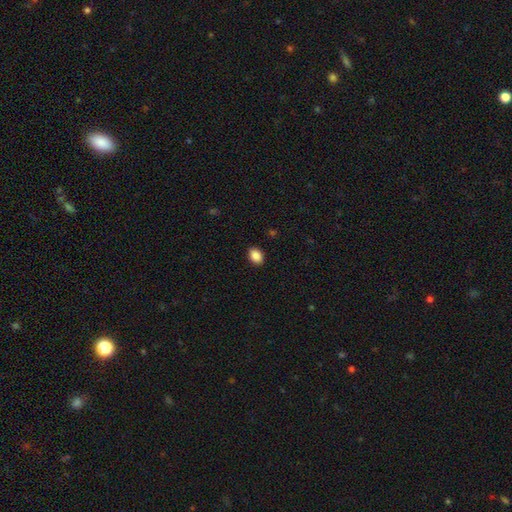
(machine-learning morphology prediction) The model was most divided on "how rounded": in between: 76%, round: 23%, cigar-shaped: 1%. More confident: merging — none (90%); smooth or featured — smooth (88%).